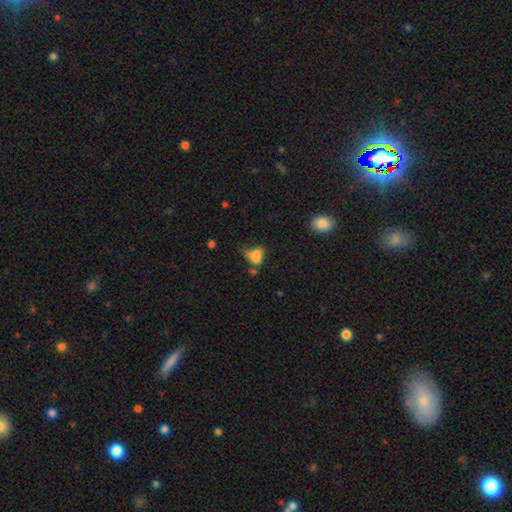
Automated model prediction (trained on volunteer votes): A smooth galaxy with no disk features (70%) that is in between round and cigar-shaped (73%). Merging: minor disturbance (28%, tied with none).